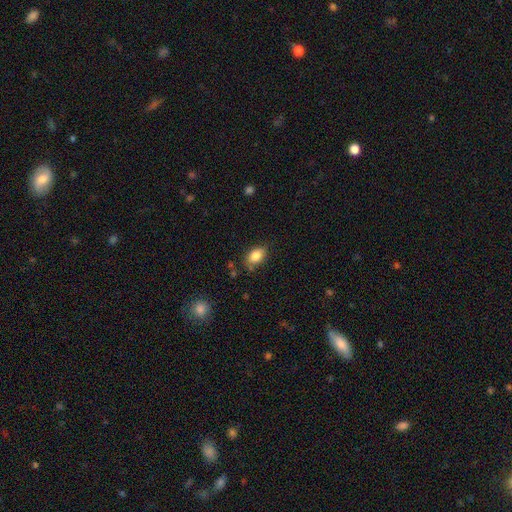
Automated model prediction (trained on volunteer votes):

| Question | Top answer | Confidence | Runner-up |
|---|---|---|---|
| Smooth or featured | smooth | 85% | star or artifact (8%) |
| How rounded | in between | 85% | round (13%) |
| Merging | none | 78% | minor disturbance (16%) |